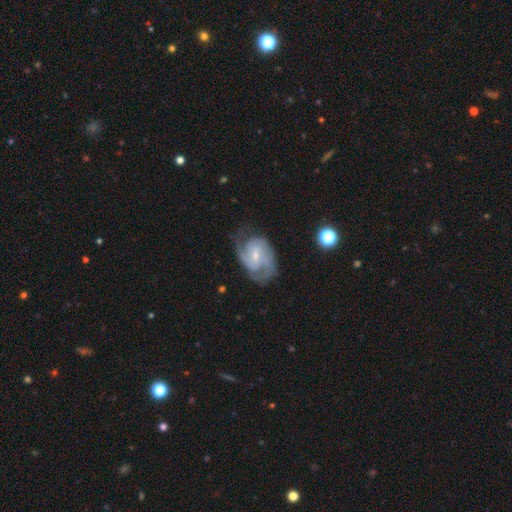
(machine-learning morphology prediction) A featured or disk galaxy (82%) with a weak bar (51%), 2 (60%) medium (48%) spiral arms (94%) and a small central bulge (66%). Merging: none (59%).